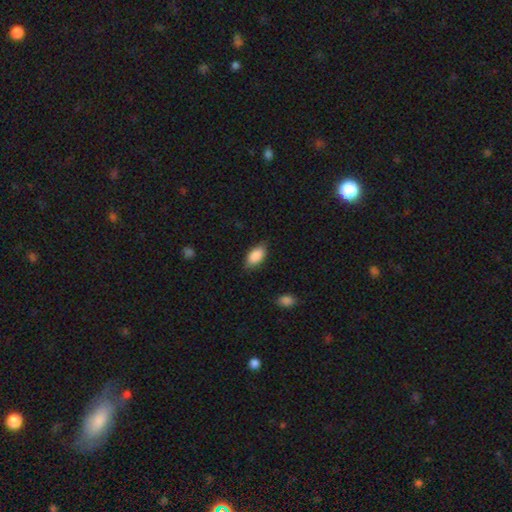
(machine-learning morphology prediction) Overall: smooth (89%). How rounded: in between (92%). Merging: none (80%).